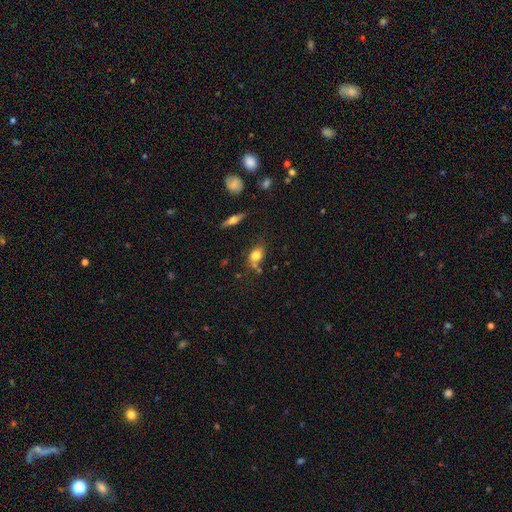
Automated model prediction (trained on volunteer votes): A smooth galaxy with no disk features (76%) that is in between round and cigar-shaped (68%). Merging: none (60%).